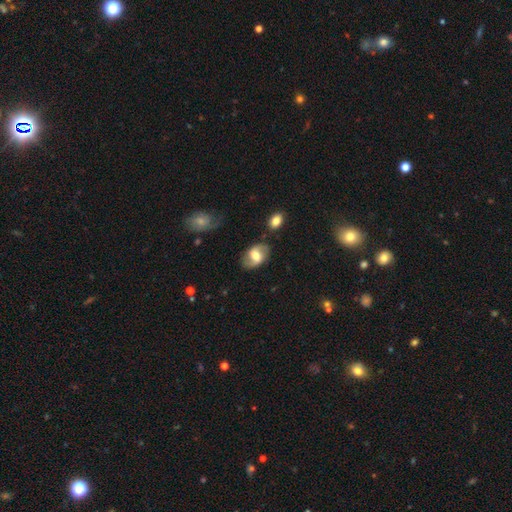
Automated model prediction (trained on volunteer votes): This appears to be a featured or disk galaxy (59%) with a weak bar (48%), spiral arms (81%) and a moderate central bulge (57%). Merging: none (75%).